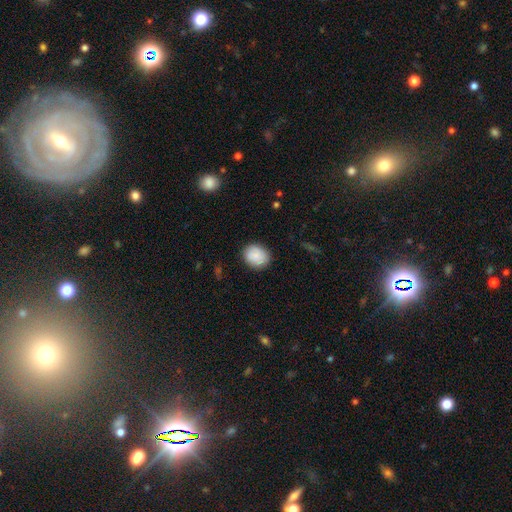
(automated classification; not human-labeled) Overall: smooth (87%). How rounded: round (53%; in between 46%). Merging: none (85%).